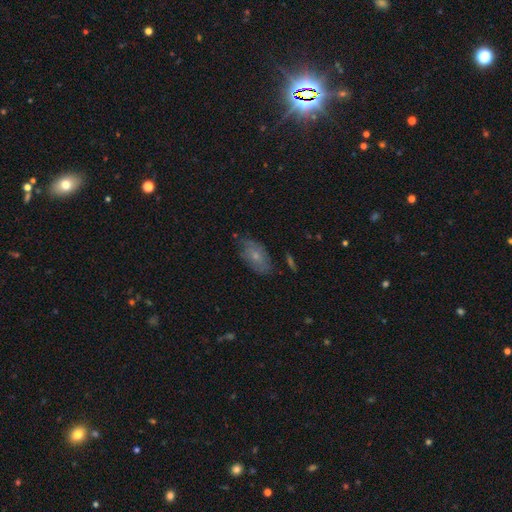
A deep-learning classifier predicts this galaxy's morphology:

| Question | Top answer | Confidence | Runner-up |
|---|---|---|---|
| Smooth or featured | smooth | 61% | featured or disk (30%) |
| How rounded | in between | 90% | round (5%) |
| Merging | none | 68% | minor disturbance (24%) |